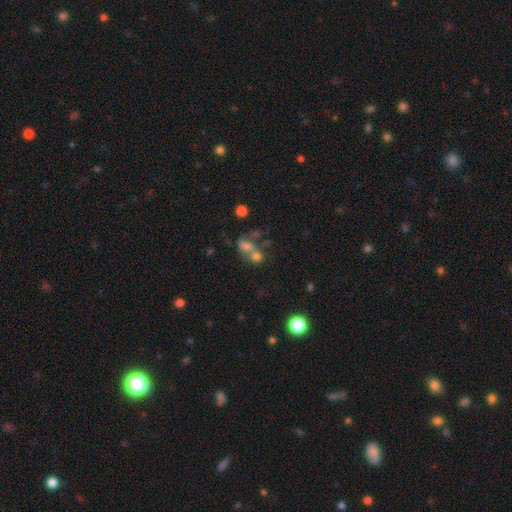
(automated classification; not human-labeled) The model was most divided on "smooth or featured": smooth: 41%, star or artifact: 33%, featured or disk: 26%. Remaining: merging — merger (46%).